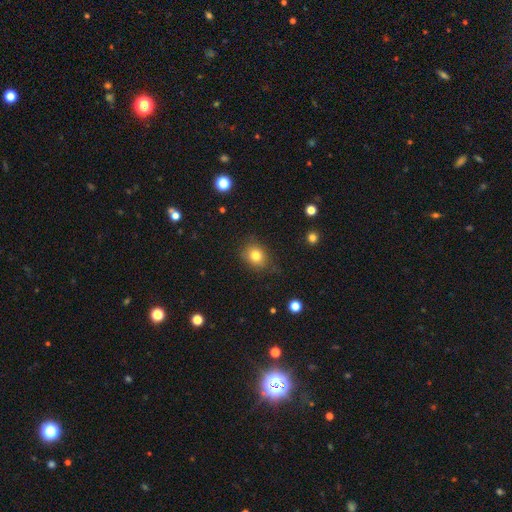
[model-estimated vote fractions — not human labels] Morphology: type=smooth (80%); roundness=round (65%); merging=none (79%).